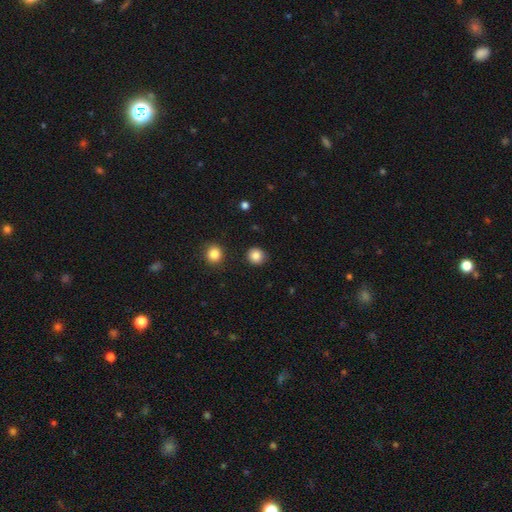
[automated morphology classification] smooth_or_featured: smooth (p=0.86) [alt: star or artifact p=0.10]
how_rounded: round (p=0.89) [alt: in between p=0.10]
merging: none (p=0.89) [alt: minor disturbance p=0.07]